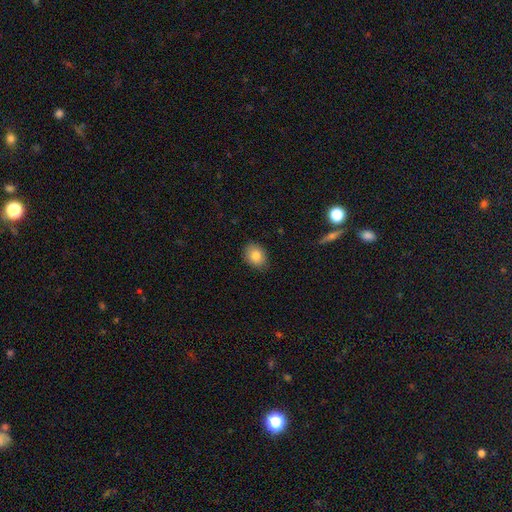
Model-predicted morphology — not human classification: smooth-or-featured: smooth: 83% | star or artifact: 9% | featured or disk: 8%
  how-rounded: in between: 62% | round: 37% | cigar-shaped: 1%
  merging: none: 84% | minor disturbance: 13% | major disturbance: 2% | merger: 1%